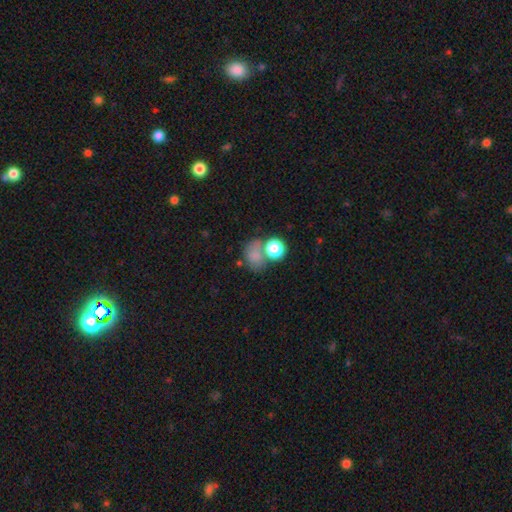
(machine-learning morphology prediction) This appears to be a smooth galaxy with no disk features (73%) that is round (52%). Merging: none (39%).